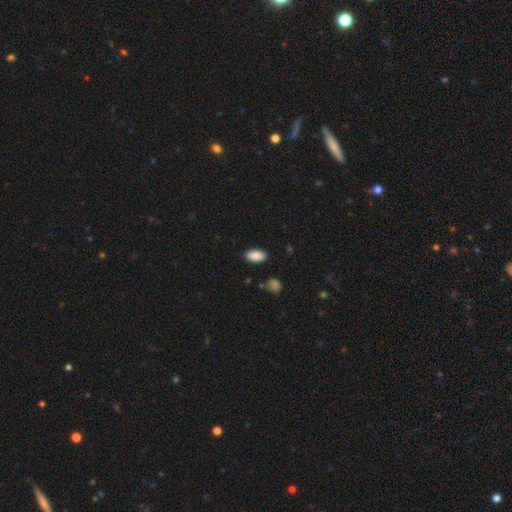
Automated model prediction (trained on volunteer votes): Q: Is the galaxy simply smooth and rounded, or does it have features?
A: smooth — 89%.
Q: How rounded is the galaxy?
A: in between — 94%.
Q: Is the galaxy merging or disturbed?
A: none — 87%.